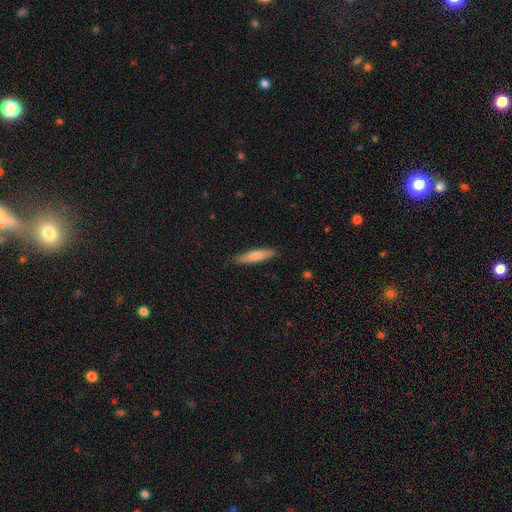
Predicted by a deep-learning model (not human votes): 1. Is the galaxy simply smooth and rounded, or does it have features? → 73% smooth, 22% featured or disk, 5% star or artifact.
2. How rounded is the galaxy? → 84% cigar-shaped, 15% in between, 1% round.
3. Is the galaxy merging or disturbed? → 85% none, 12% minor disturbance, 2% major disturbance, 1% merger.